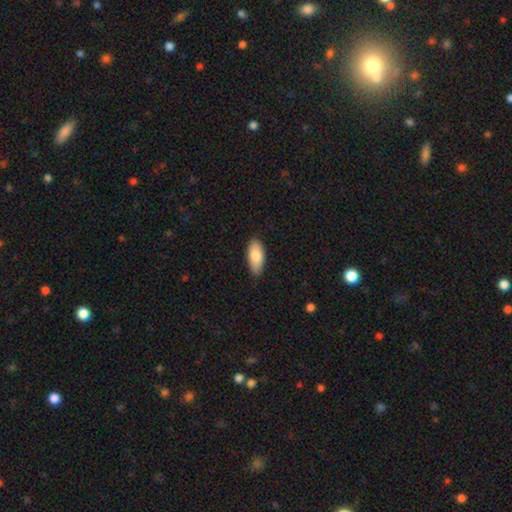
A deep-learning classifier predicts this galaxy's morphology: A smooth galaxy with no disk features (83%) that is in between round and cigar-shaped (86%).

Vote fractions:
- Smooth or featured? smooth: 83% / featured or disk: 11% / star or artifact: 6%
- How rounded? in between: 86% / cigar-shaped: 12% / round: 2%
- Merging? none: 84% / minor disturbance: 13% / major disturbance: 2% / merger: 1%